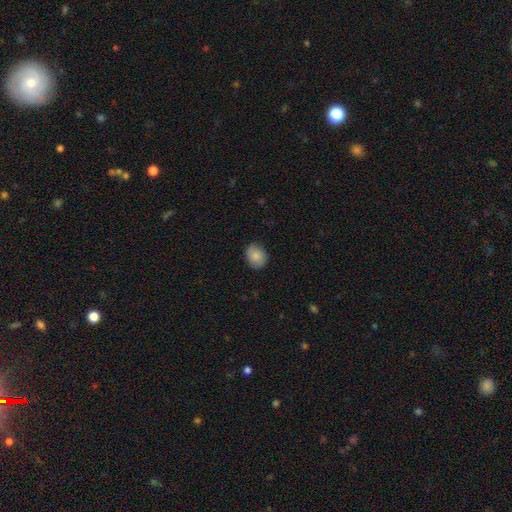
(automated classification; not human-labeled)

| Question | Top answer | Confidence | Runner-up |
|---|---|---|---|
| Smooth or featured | smooth | 84% | featured or disk (8%) |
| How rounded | round | 51% | in between (48%) |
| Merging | none | 81% | minor disturbance (15%) |